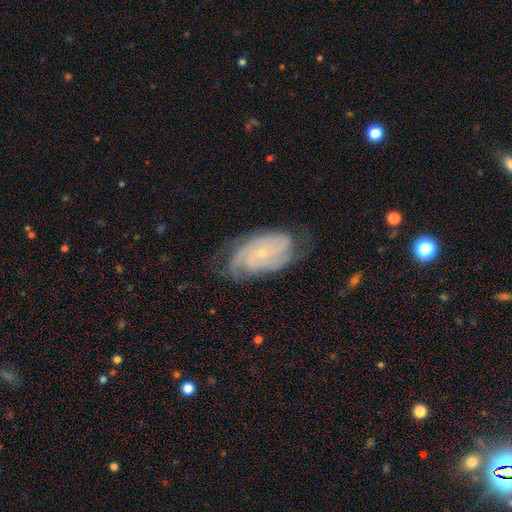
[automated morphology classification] This is likely a featured or disk galaxy (78%). It is clearly not viewed edge-on (95%). Bar: likely no (72%). Spiral arm pattern: clearly yes (96%). Spiral arm count: marginally can't tell (29%). Spiral winding: likely tight (69%). Central bulge: clearly small (80%). Merging: likely none (73%).